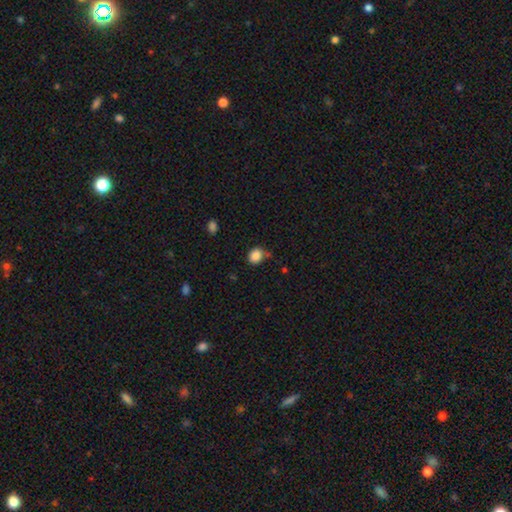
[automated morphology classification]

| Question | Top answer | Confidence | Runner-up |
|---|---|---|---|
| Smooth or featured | smooth | 86% | star or artifact (10%) |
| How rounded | round | 64% | in between (36%) |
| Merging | none | 72% | minor disturbance (17%) |